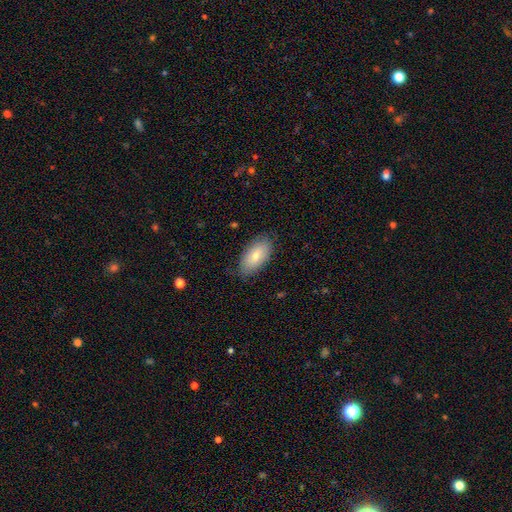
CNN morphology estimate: Smooth or featured? smooth (74%)
How rounded? in between (93%)
Merging? none (80%)